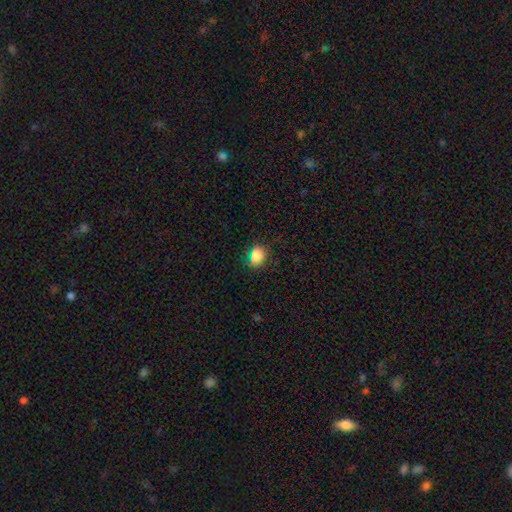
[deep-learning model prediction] A smooth galaxy with no disk features (83%) that is in between round and cigar-shaped (51%). Merging: none (78%).